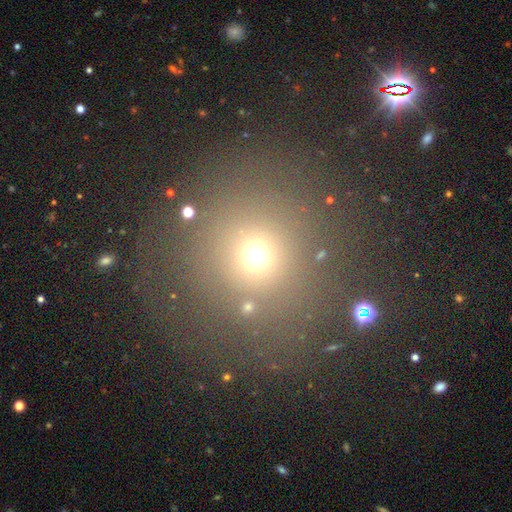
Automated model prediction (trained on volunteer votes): Smooth or featured? smooth (64%)
How rounded? round (91%)
Merging? none (79%)